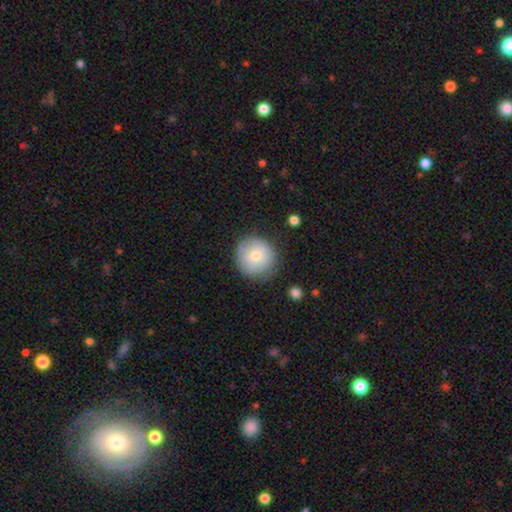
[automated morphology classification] Q: Smooth or featured?
A: smooth (72%); runner-up: featured or disk (21%)
Q: How rounded?
A: round (93%); runner-up: in between (6%)
Q: Merging?
A: none (75%); runner-up: minor disturbance (18%)